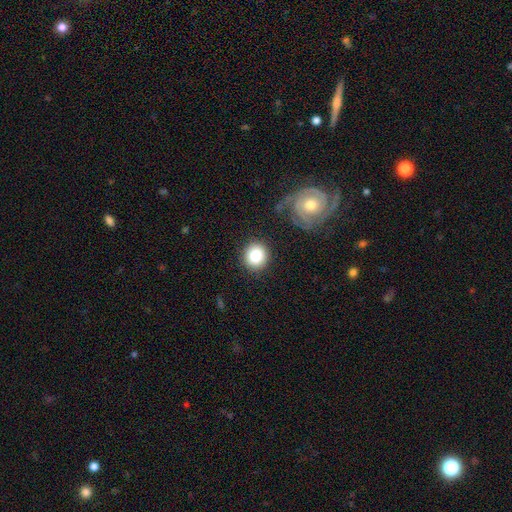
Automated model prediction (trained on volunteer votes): Smooth or featured? smooth (83%)
How rounded? round (89%)
Merging? none (87%)